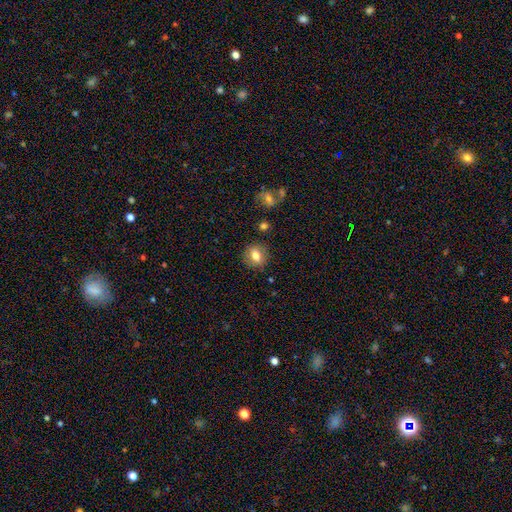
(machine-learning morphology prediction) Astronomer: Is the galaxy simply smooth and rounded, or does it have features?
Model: smooth — 76%.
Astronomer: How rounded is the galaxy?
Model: round — 68%.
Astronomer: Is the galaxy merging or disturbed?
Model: none — 85%.